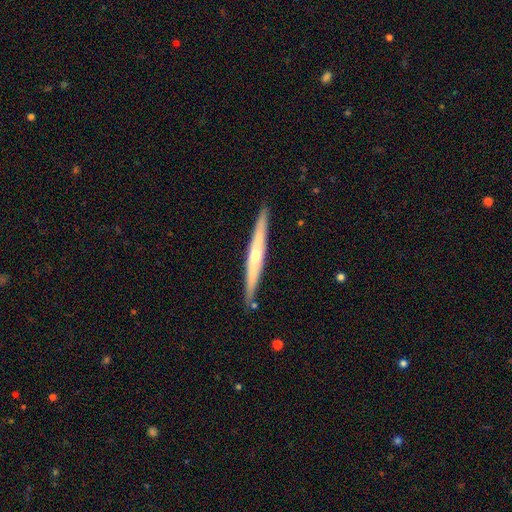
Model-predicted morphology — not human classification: Smooth or featured?
  - featured or disk: 65% *
  - smooth: 29%
  - star or artifact: 5%
Edge-on disk?
  - yes: 96% *
  - no: 4%
Edge-on bulge?
  - rounded: 70% *
  - none: 26%
  - boxy: 4%
Merging?
  - none: 89% *
  - minor disturbance: 8%
  - merger: 2%
  - major disturbance: 1%